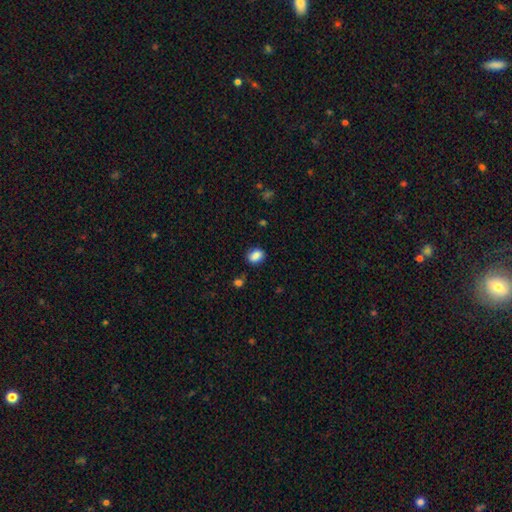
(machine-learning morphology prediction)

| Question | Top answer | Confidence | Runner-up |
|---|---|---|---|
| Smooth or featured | smooth | 87% | star or artifact (9%) |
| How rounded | in between | 66% | round (33%) |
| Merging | none | 80% | minor disturbance (14%) |